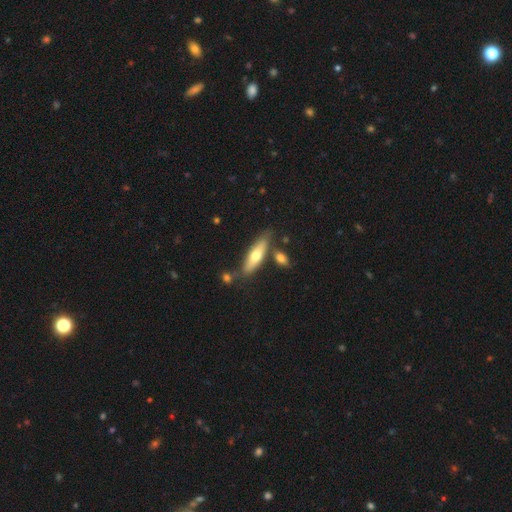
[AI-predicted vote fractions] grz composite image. It shows a smooth galaxy with no disk features (59%) that is cigar-shaped (57%). Merging: none (71%).